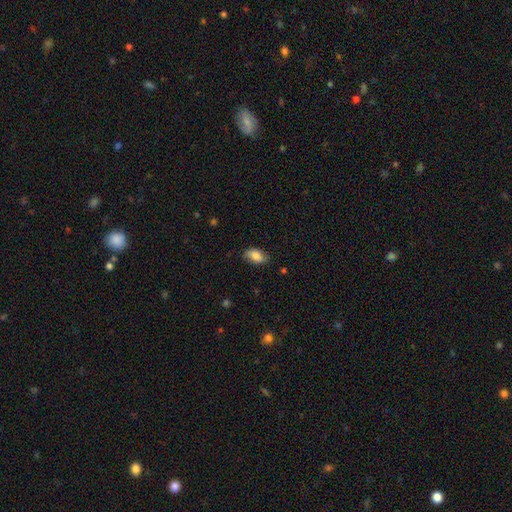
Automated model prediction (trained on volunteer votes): This is likely a smooth galaxy (80%). How rounded: clearly in between (92%). Merging: likely none (78%).